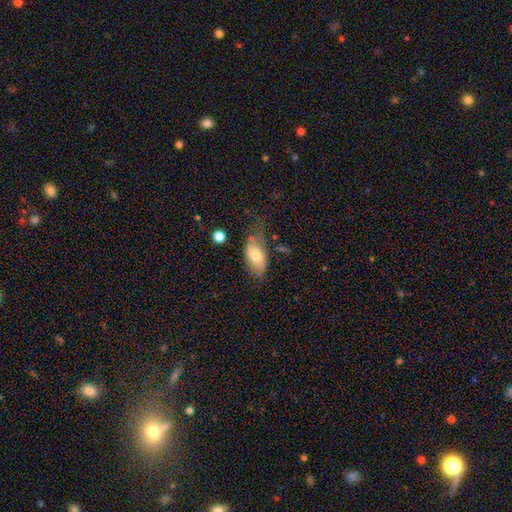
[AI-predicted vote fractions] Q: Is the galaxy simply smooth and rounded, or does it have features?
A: smooth — 71%.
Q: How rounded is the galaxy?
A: in between — 91%.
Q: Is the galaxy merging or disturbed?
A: none — 47%.